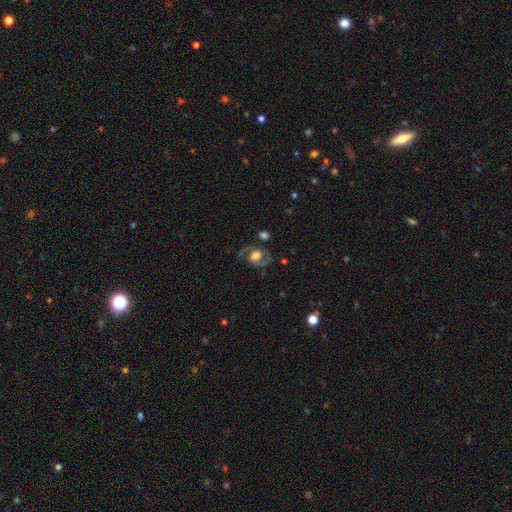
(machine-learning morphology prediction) A featured or disk galaxy (71%) with no bar (51%), 2 (87%) medium (54%) spiral arms (88%) and a large central bulge (47%).

Vote fractions:
- Smooth or featured? featured or disk: 71% / smooth: 20% / star or artifact: 8%
- Edge-on disk? no: 97% / yes: 3%
- Bar? no: 51% / weak: 37% / strong: 13%
- Spiral arms? yes: 88% / no: 12%
- Spiral winding? medium: 54% / loose: 26% / tight: 20%
- Spiral arm count? 2: 87% / 1: 5% / can't tell: 5% / 3: 1% / 4: 1% / more than 4: 1%
- Bulge size? large: 47% / moderate: 31% / small: 9% / dominant: 6% / none: 6%
- Merging? none: 65% / minor disturbance: 17% / major disturbance: 14% / merger: 4%